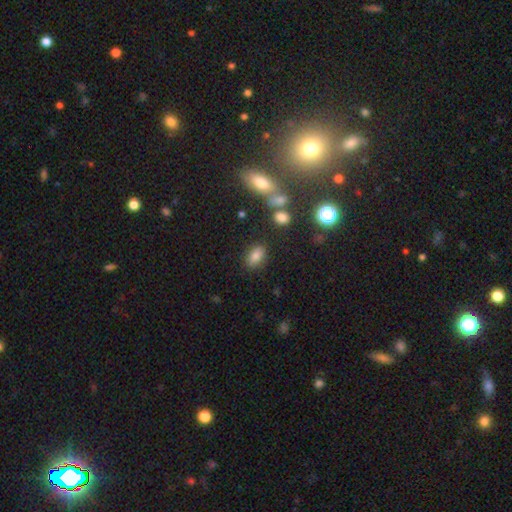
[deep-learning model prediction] Smooth or featured: smooth — 80% (star or artifact — 12%)
How rounded: in between — 86% (round — 11%)
Merging: none — 82% (minor disturbance — 10%)